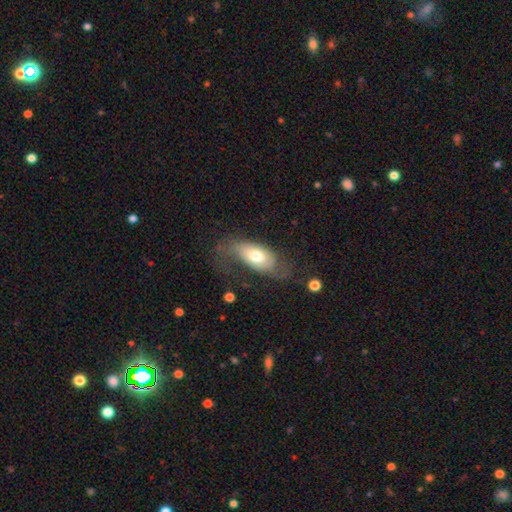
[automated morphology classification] Smooth or featured? Predicted: smooth (p=0.57). How rounded? Predicted: in between (p=0.89). Merging? Predicted: none (p=0.41).